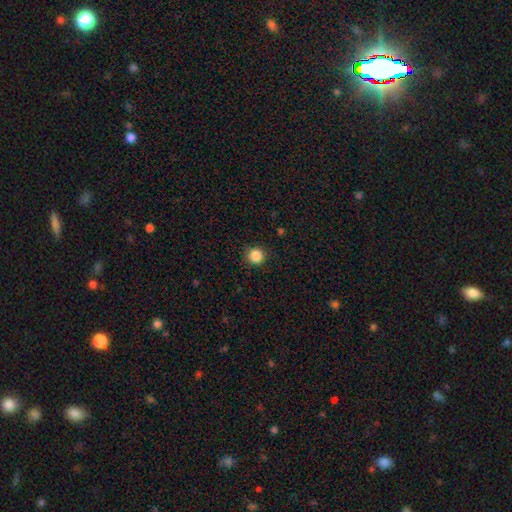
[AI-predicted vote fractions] Q: Smooth or featured?
A: smooth (86%); runner-up: star or artifact (11%)
Q: How rounded?
A: round (94%); runner-up: in between (5%)
Q: Merging?
A: none (90%); runner-up: minor disturbance (7%)